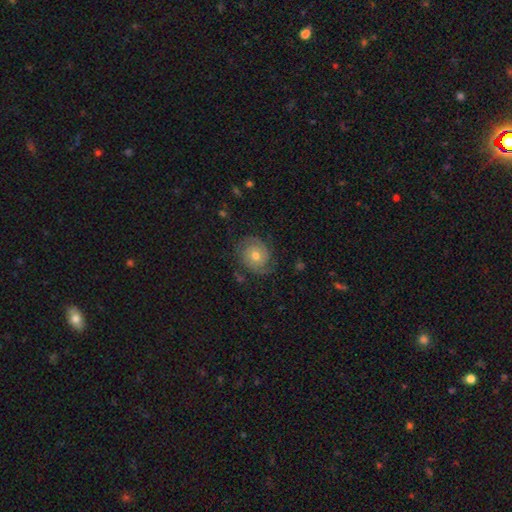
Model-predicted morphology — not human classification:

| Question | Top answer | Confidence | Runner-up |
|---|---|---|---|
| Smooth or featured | featured or disk | 74% | smooth (18%) |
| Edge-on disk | no | 97% | yes (3%) |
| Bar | no | 79% | weak (18%) |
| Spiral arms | yes | 92% | no (8%) |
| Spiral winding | tight | 61% | medium (30%) |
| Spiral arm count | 2 | 73% | can't tell (13%) |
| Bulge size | moderate | 68% | small (26%) |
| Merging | none | 78% | minor disturbance (15%) |